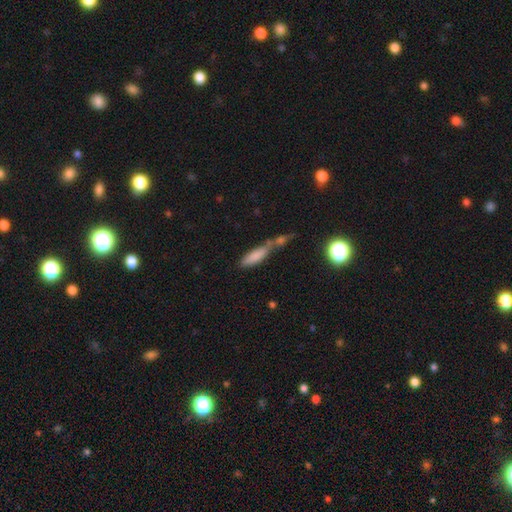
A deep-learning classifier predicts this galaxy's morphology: Smooth or featured?
  - smooth: 80% *
  - featured or disk: 12%
  - star or artifact: 8%
How rounded?
  - cigar-shaped: 53% *
  - in between: 45%
  - round: 2%
Merging?
  - merger: 49% *
  - none: 31%
  - minor disturbance: 13%
  - major disturbance: 6%